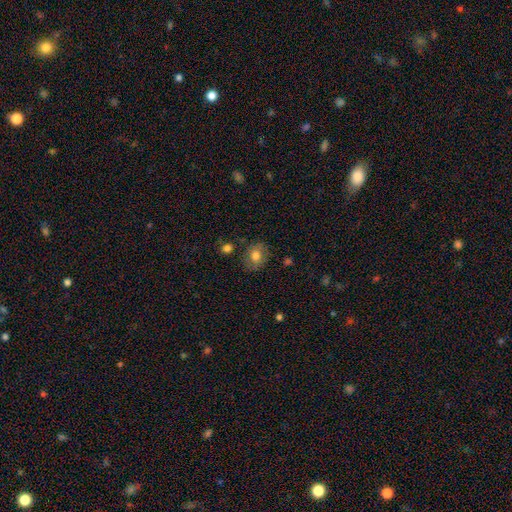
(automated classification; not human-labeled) This appears to be a smooth galaxy with no disk features (74%) that is in between round and cigar-shaped (50%). Merging: none (78%).